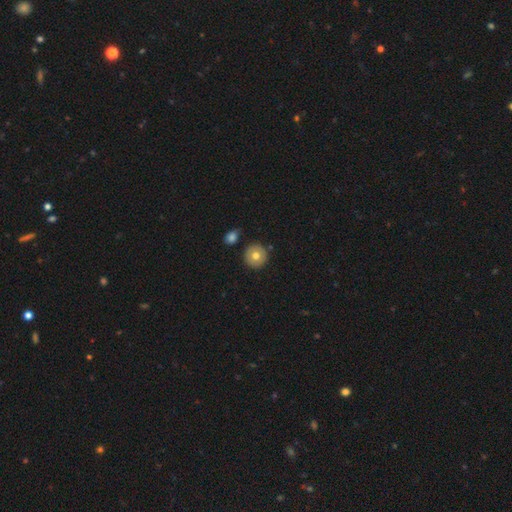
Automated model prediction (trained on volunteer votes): This appears to be a smooth galaxy with no disk features (73%) that is round (95%). Merging: none (86%).